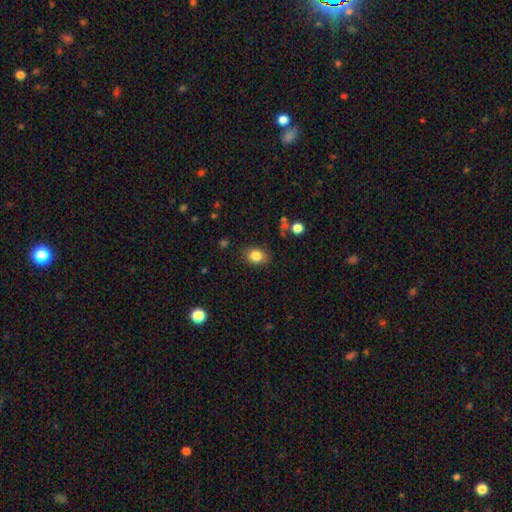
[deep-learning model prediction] Smooth or featured: smooth — 84% (star or artifact — 10%)
How rounded: in between — 52% (round — 47%)
Merging: none — 83% (minor disturbance — 12%)